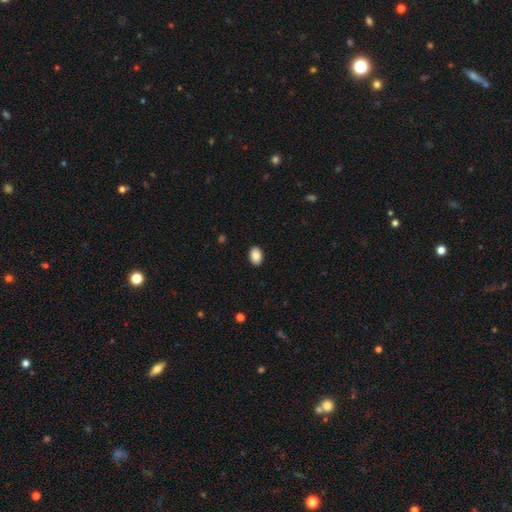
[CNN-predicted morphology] type=smooth (87%); roundness=in between (83%); merging=none (90%).